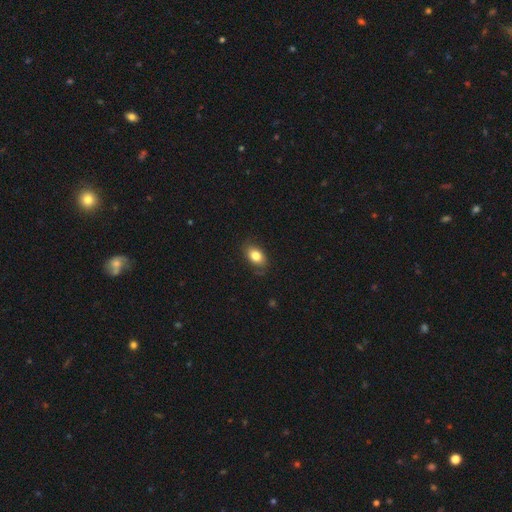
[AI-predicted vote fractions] The model was most divided on "merging": none: 78%, minor disturbance: 17%, major disturbance: 4%, merger: 1%. More confident: how rounded — in between (84%); smooth or featured — smooth (82%).